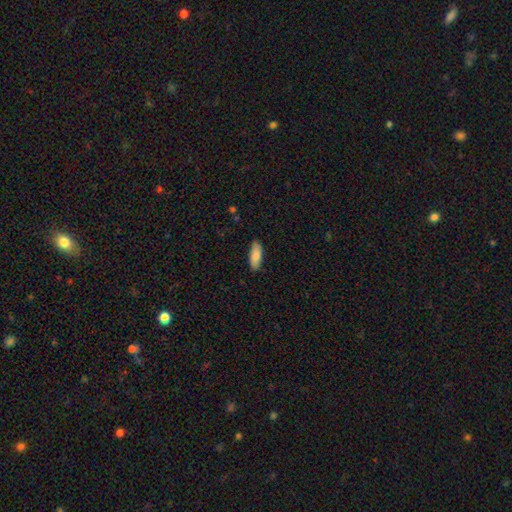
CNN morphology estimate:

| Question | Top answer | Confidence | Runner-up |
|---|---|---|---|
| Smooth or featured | smooth | 85% | featured or disk (10%) |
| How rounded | in between | 72% | cigar-shaped (26%) |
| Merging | none | 85% | minor disturbance (12%) |